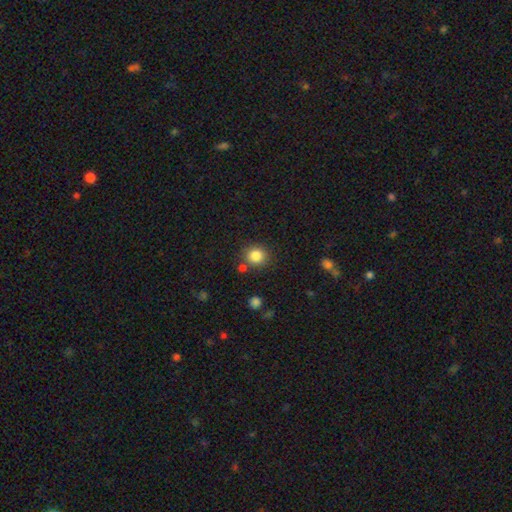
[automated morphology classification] Smooth or featured?
  - smooth: 84% *
  - star or artifact: 11%
  - featured or disk: 5%
How rounded?
  - round: 88% *
  - in between: 11%
  - cigar-shaped: 1%
Merging?
  - none: 81% *
  - minor disturbance: 9%
  - merger: 7%
  - major disturbance: 3%